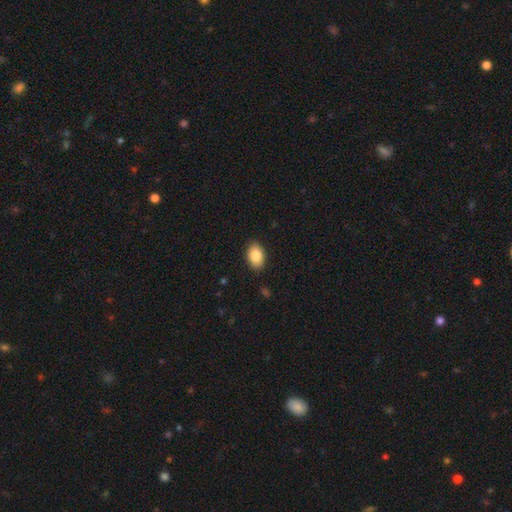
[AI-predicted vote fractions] This appears to be a smooth galaxy with no disk features (85%) that is in between round and cigar-shaped (88%). Merging: none (89%).